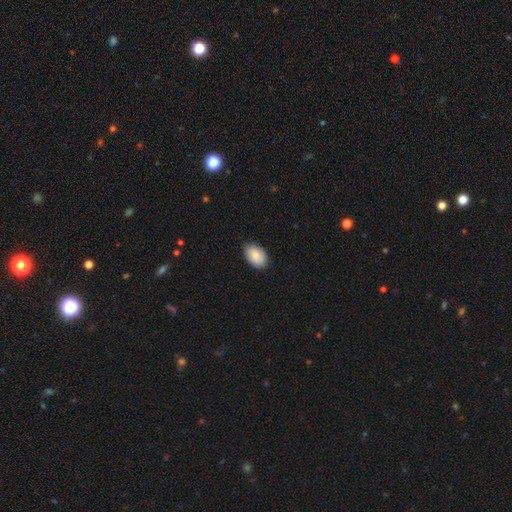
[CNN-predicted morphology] type=smooth (81%); roundness=in between (86%); merging=none (80%).